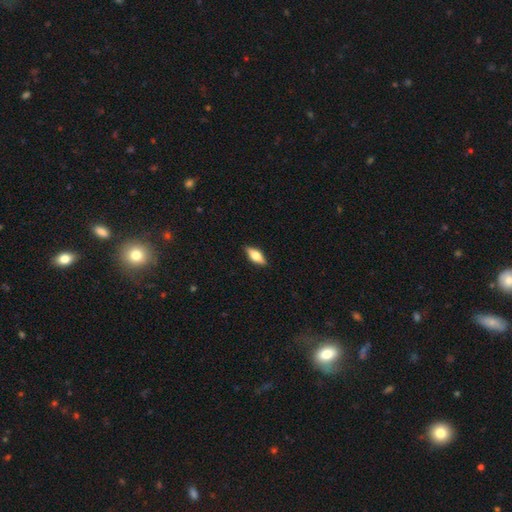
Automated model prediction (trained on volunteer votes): Smooth or featured: smooth — 58% (featured or disk — 36%)
How rounded: in between — 74% (cigar-shaped — 23%)
Merging: none — 89% (minor disturbance — 9%)